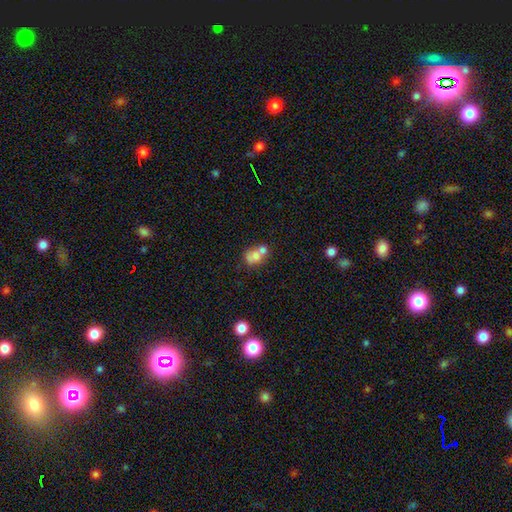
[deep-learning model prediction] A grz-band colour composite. It shows a smooth galaxy with no disk features (68%) that is round (56%). Merging: merger (55%).